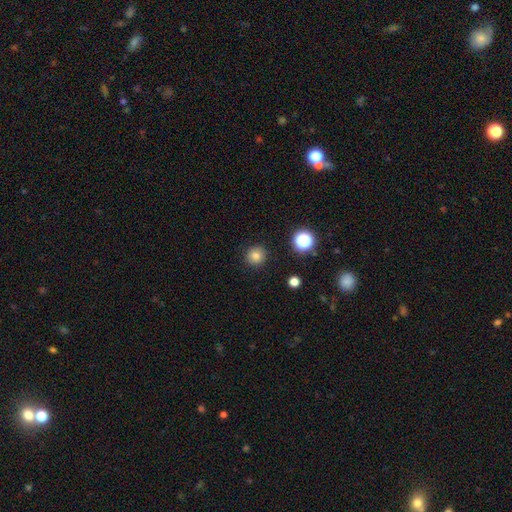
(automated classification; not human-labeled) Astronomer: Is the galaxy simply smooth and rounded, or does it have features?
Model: smooth — 79%.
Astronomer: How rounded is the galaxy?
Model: round — 94%.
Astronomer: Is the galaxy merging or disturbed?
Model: none — 91%.